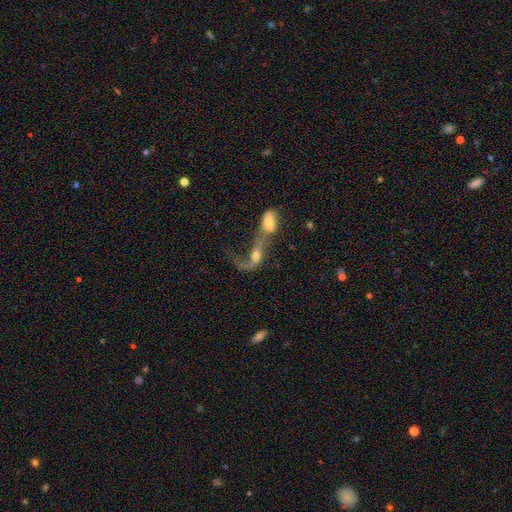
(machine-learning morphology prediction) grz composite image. It shows a featured or disk galaxy (60%) with no bar (57%), spiral arms (70%) and a moderate central bulge (54%). Merging: merger (70%).